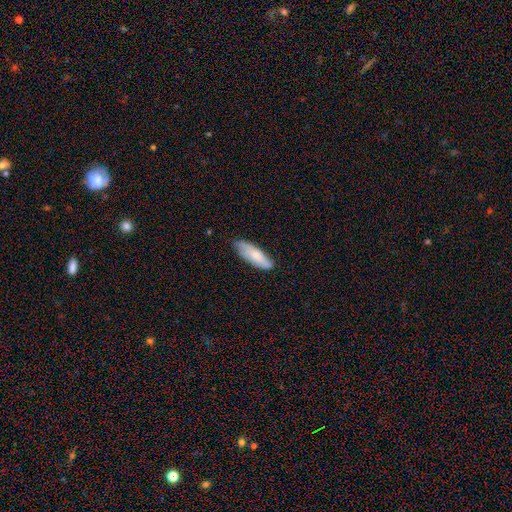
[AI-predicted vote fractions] Overall: smooth (73%). How rounded: in between (57%; cigar-shaped 41%). Merging: none (70%).